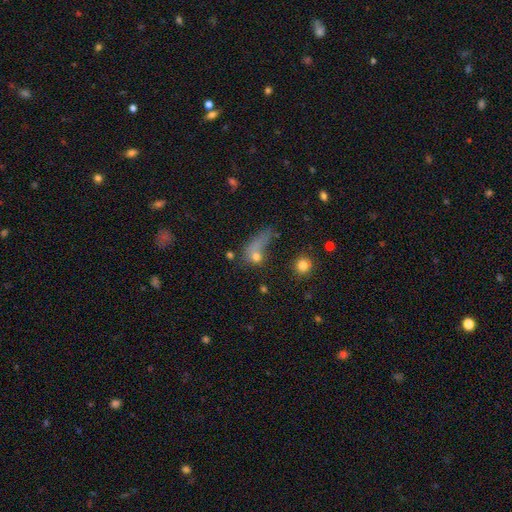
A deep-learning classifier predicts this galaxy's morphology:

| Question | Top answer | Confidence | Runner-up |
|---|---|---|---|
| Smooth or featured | smooth | 59% | star or artifact (22%) |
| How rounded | in between | 41% | tied: round (41%) |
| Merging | major disturbance | 35% | none (32%) |